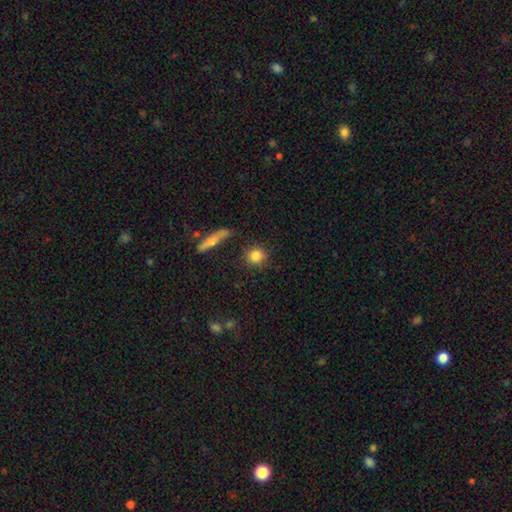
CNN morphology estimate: Smooth or featured? Predicted: smooth (p=0.83). How rounded? Predicted: round (p=0.87). Merging? Predicted: none (p=0.82).